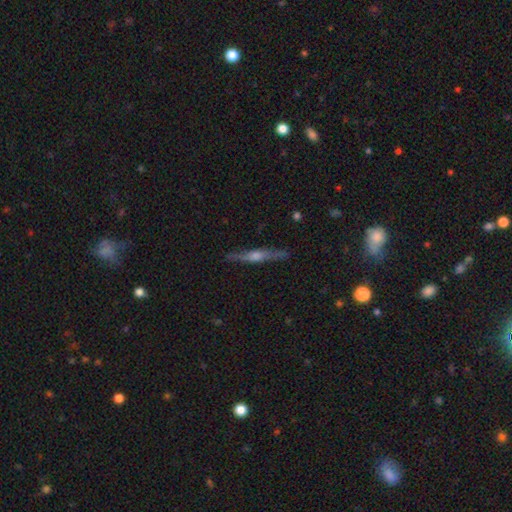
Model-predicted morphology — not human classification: featured or disk 79%, smooth 15%, star or artifact 7%. Down the decision tree: edge-on disk — yes (98%); edge-on bulge — rounded (88%); merging — none (90%).